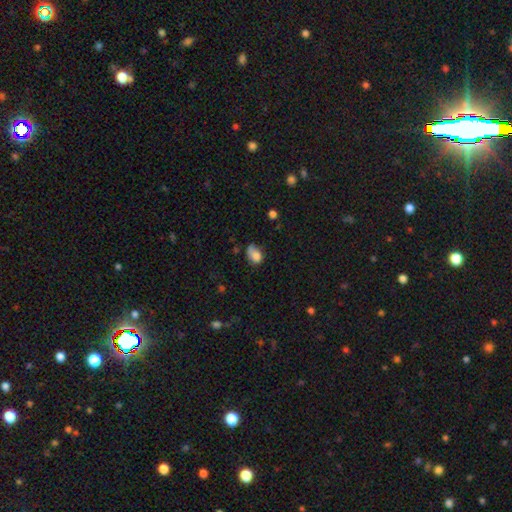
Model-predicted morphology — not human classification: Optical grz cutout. It shows a smooth galaxy with no disk features (78%) that is in between round and cigar-shaped (75%). Merging: minor disturbance (38%).